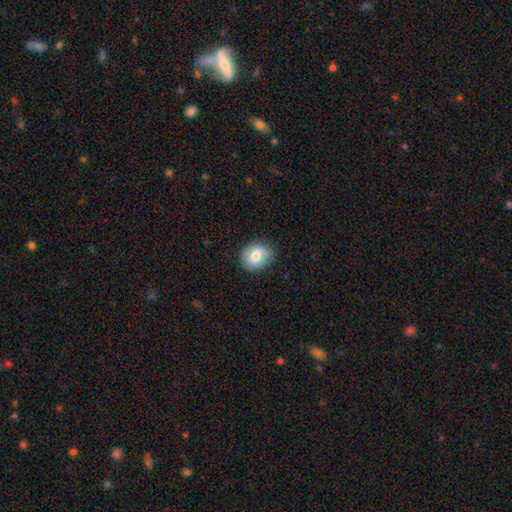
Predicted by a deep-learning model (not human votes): smooth 76%, featured or disk 16%, star or artifact 8%. Down the decision tree: how rounded — round (57%); merging — none (82%).